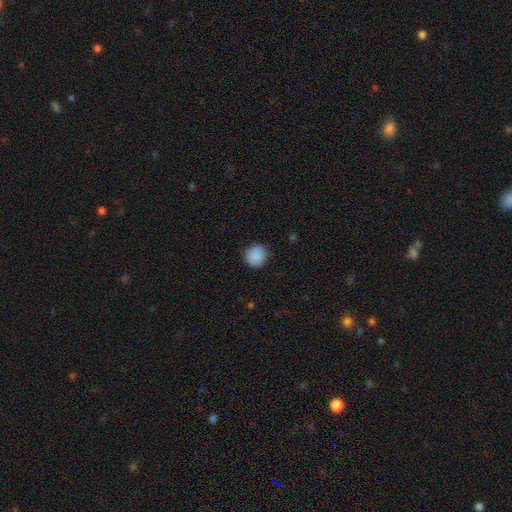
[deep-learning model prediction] Overall: smooth (89%). How rounded: round (90%). Merging: none (87%).